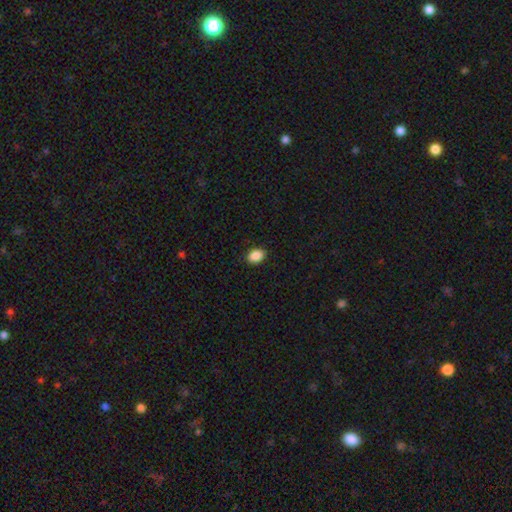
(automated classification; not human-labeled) The model was most divided on "how rounded": in between: 75%, round: 24%, cigar-shaped: 1%. More confident: merging — none (89%); smooth or featured — smooth (89%).